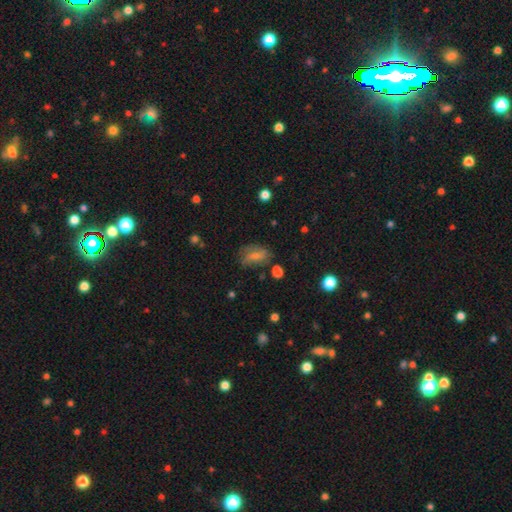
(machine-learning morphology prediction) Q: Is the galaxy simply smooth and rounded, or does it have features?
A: smooth — 66%.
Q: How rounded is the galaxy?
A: in between — 84%.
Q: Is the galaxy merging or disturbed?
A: none — 55%.